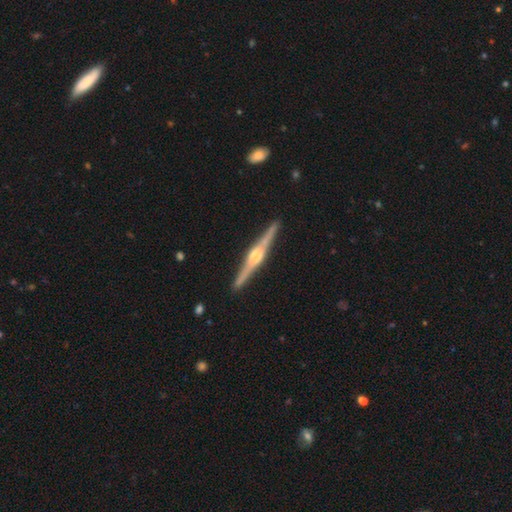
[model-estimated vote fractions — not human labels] Smooth or featured? featured or disk (88%)
Edge-on disk? yes (99%)
Edge-on bulge? rounded (87%)
Merging? none (92%)